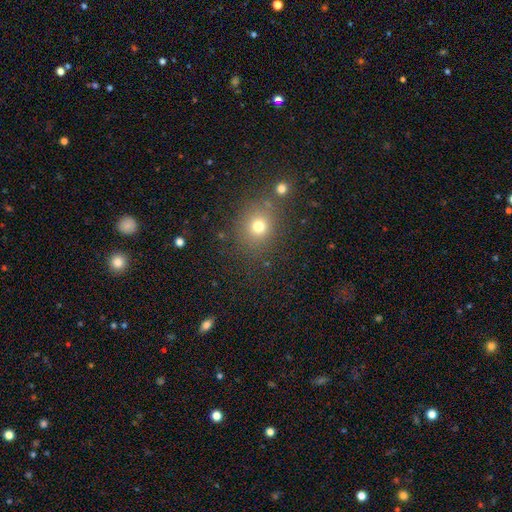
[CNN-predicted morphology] A smooth galaxy with no disk features (64%) that is round (76%).

Vote fractions:
- Smooth or featured? smooth: 64% / star or artifact: 28% / featured or disk: 8%
- How rounded? round: 76% / in between: 23% / cigar-shaped: 1%
- Merging? none: 79% / minor disturbance: 10% / merger: 7% / major disturbance: 3%